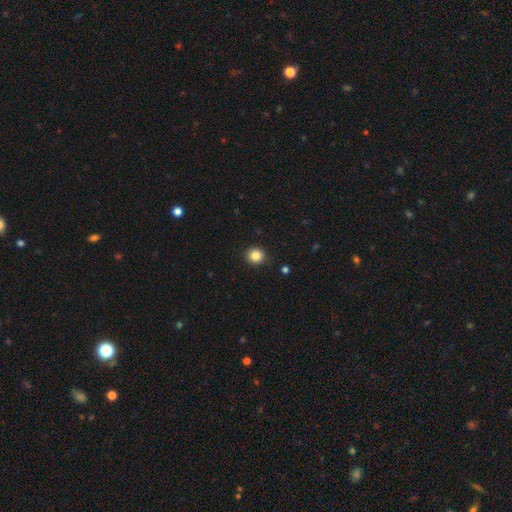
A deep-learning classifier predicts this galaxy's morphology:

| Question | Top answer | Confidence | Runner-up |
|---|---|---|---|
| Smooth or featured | smooth | 85% | star or artifact (11%) |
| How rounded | round | 88% | in between (11%) |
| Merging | none | 91% | minor disturbance (6%) |